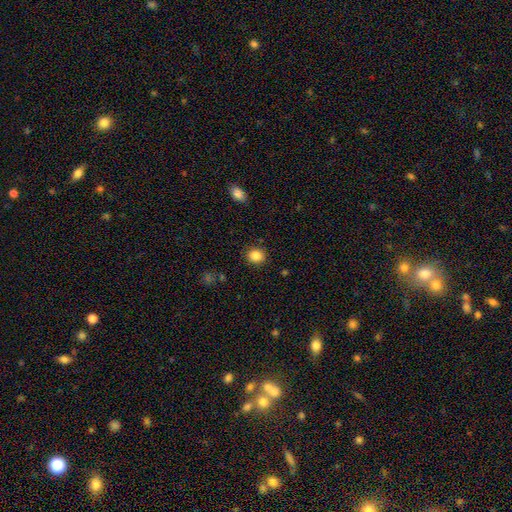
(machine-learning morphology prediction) This is clearly a smooth galaxy (86%). How rounded: likely round (73%). Merging: clearly none (89%).